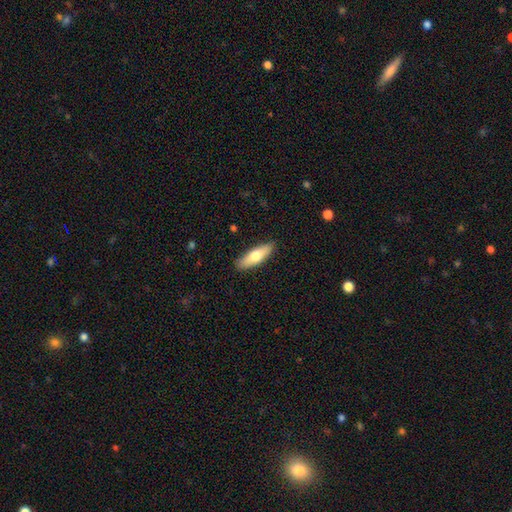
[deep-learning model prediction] Smooth or featured?
  - smooth: 67% *
  - featured or disk: 27%
  - star or artifact: 6%
How rounded?
  - cigar-shaped: 49% * (tied)
  - in between: 49% * (tied)
  - round: 2%
Merging?
  - none: 89% *
  - minor disturbance: 9%
  - major disturbance: 2%
  - merger: 1%